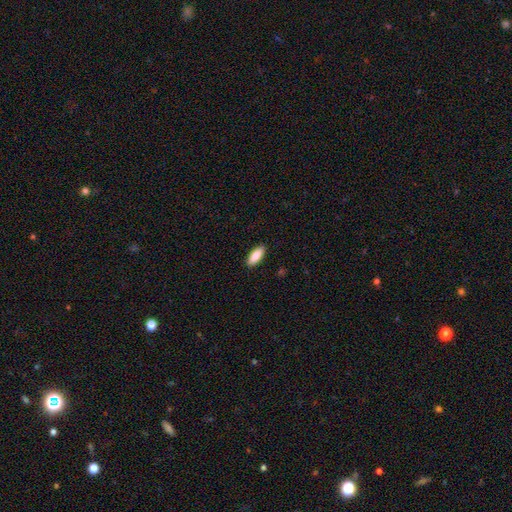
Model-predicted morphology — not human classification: A smooth galaxy with no disk features (88%) that is in between round and cigar-shaped (73%). Merging: none (90%).